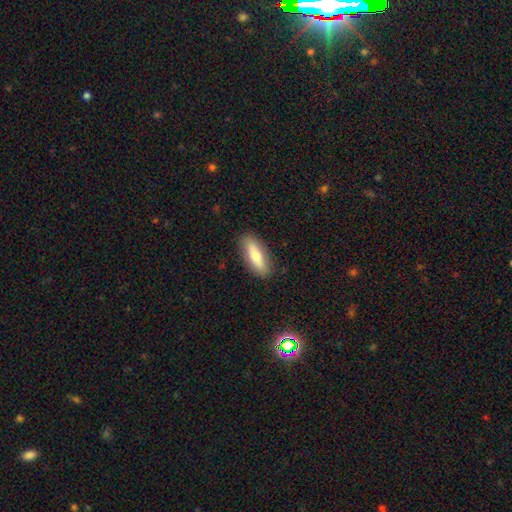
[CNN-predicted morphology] smooth 65%, featured or disk 29%, star or artifact 7%. Down the decision tree: how rounded — in between (56%); merging — none (87%).